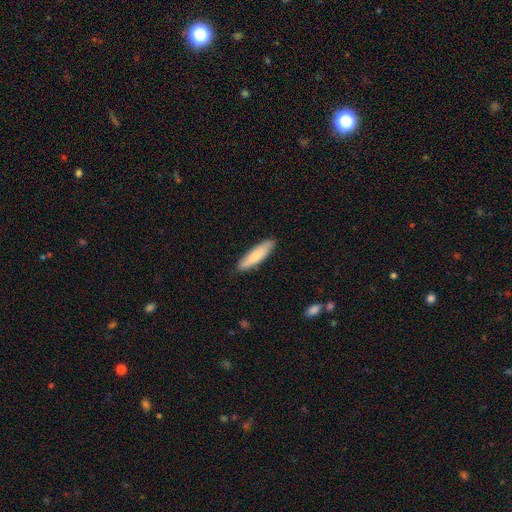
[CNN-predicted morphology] Smooth or featured? smooth (77%)
How rounded? cigar-shaped (73%)
Merging? none (88%)